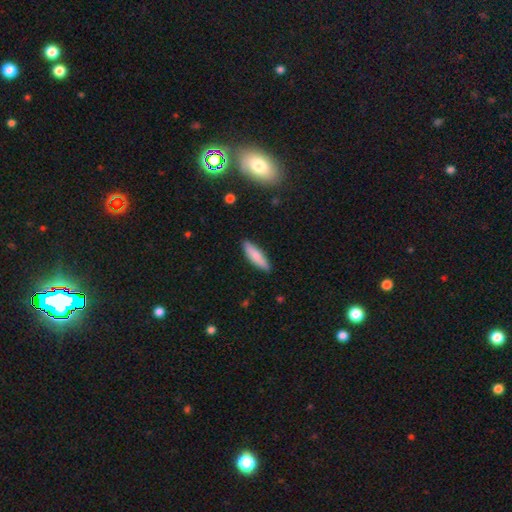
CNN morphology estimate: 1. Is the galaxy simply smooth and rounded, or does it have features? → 81% smooth, 13% featured or disk, 6% star or artifact.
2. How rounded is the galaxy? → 63% cigar-shaped, 35% in between, 2% round.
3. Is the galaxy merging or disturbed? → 87% none, 10% minor disturbance, 2% major disturbance, 1% merger.